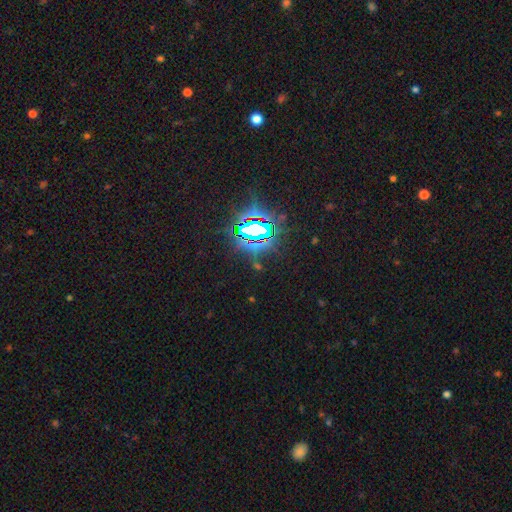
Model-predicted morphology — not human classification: Smooth or featured?
  - star or artifact: 81% *
  - smooth: 10%
  - featured or disk: 9%